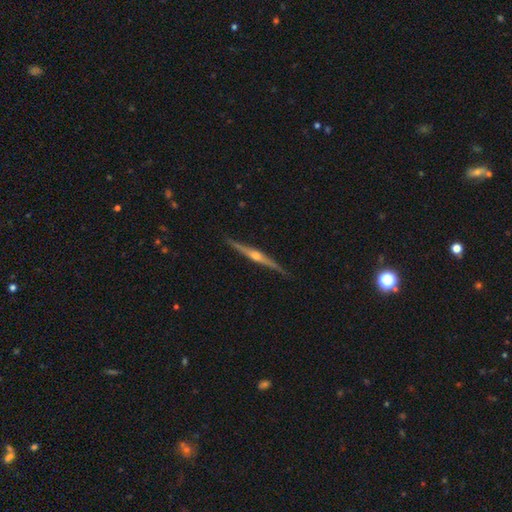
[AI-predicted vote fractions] featured or disk 86%, smooth 9%, star or artifact 5%. Down the decision tree: edge-on disk — yes (98%); edge-on bulge — rounded (90%); merging — none (90%).